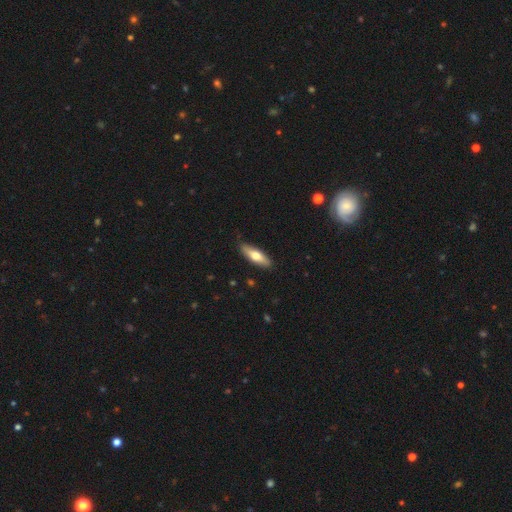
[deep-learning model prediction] This is likely a smooth galaxy (62%). How rounded: possibly cigar-shaped (53%). Merging: clearly none (86%).